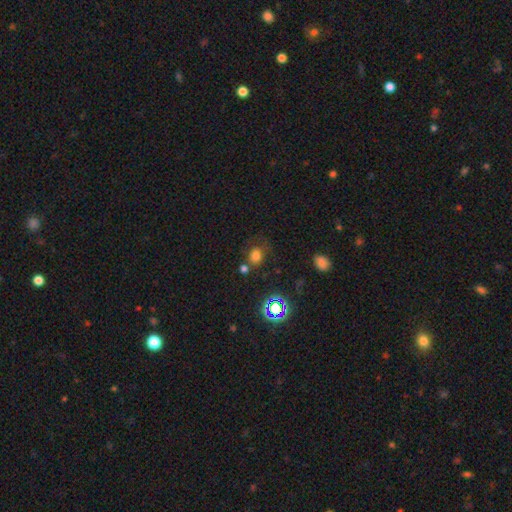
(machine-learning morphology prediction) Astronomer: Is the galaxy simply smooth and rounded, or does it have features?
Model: smooth — 69%.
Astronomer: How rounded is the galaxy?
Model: round — 63%.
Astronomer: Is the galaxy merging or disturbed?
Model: none — 61%.